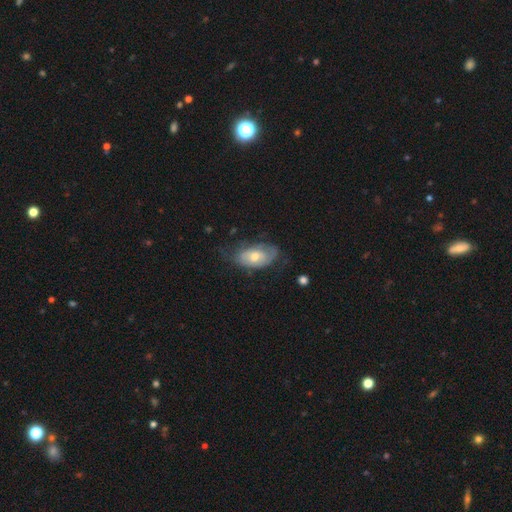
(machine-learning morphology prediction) Smooth or featured? Predicted: featured or disk (p=0.52). Edge-on disk? Predicted: no (p=0.90). Merging? Predicted: none (p=0.53).